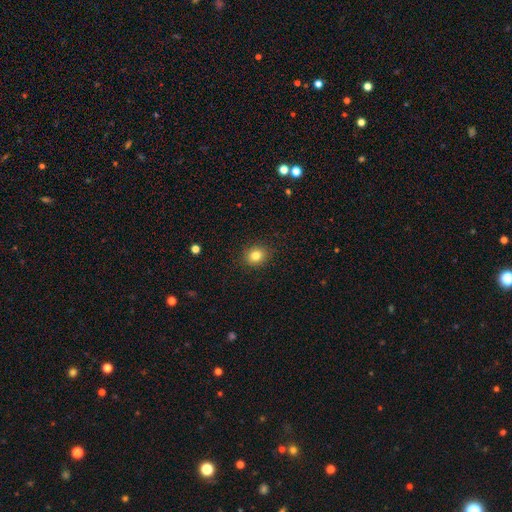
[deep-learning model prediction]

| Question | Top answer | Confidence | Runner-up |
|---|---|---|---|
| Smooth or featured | smooth | 82% | star or artifact (11%) |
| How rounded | round | 77% | in between (22%) |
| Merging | none | 90% | minor disturbance (7%) |